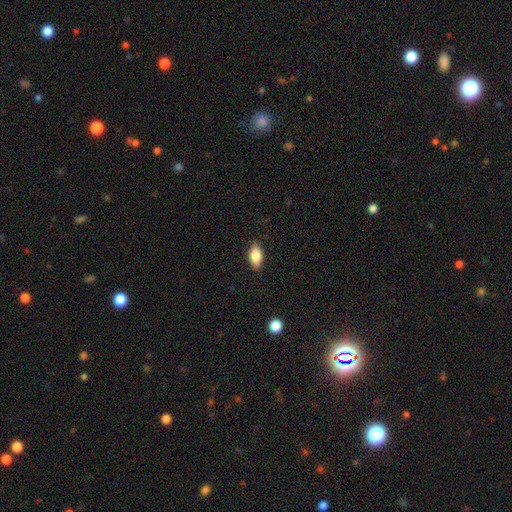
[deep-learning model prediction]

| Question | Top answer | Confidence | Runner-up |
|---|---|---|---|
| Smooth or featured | smooth | 76% | featured or disk (16%) |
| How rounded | in between | 87% | cigar-shaped (8%) |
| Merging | none | 86% | minor disturbance (10%) |